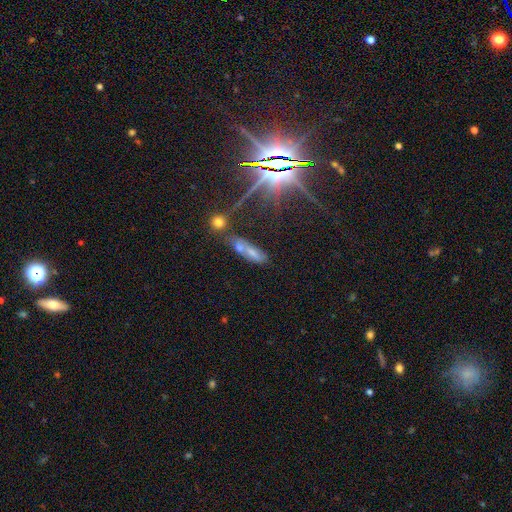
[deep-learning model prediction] This is marginally a smooth galaxy (38%). Merging: possibly none (51%).